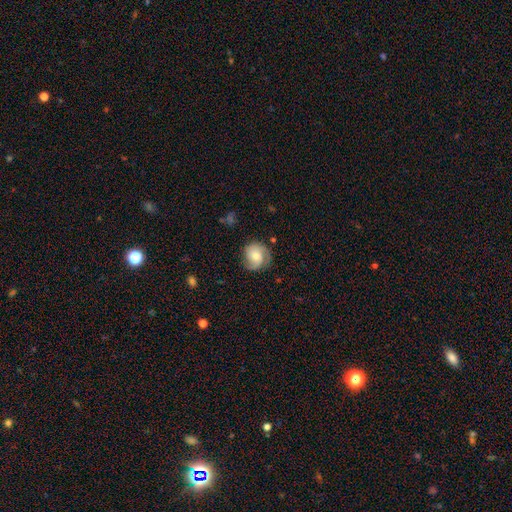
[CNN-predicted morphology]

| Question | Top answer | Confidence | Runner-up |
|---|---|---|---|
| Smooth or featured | featured or disk | 60% | smooth (32%) |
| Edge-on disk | no | 97% | yes (3%) |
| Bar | no | 68% | weak (27%) |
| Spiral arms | yes | 91% | no (9%) |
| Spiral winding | tight | 43% | medium (40%) |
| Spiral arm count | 2 | 60% | can't tell (14%) |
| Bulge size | moderate | 53% | small (37%) |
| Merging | none | 70% | minor disturbance (20%) |